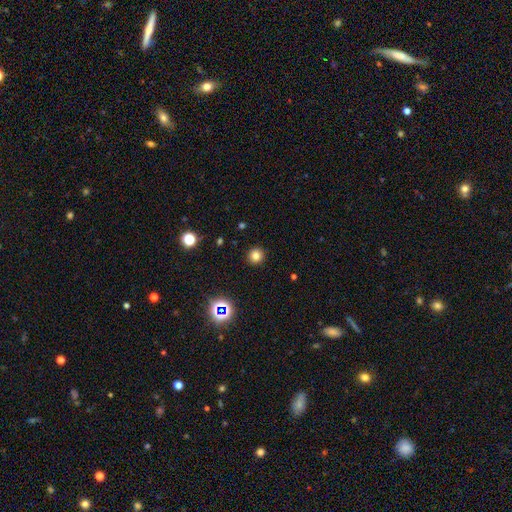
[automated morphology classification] The model was most divided on "smooth or featured": smooth: 78%, star or artifact: 17%, featured or disk: 6%. More confident: how rounded — round (93%); merging — none (92%).